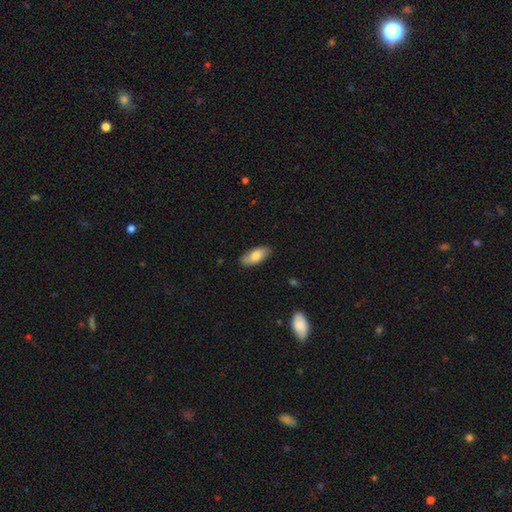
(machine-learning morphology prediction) type=smooth (74%); roundness=in between (86%); merging=none (84%).